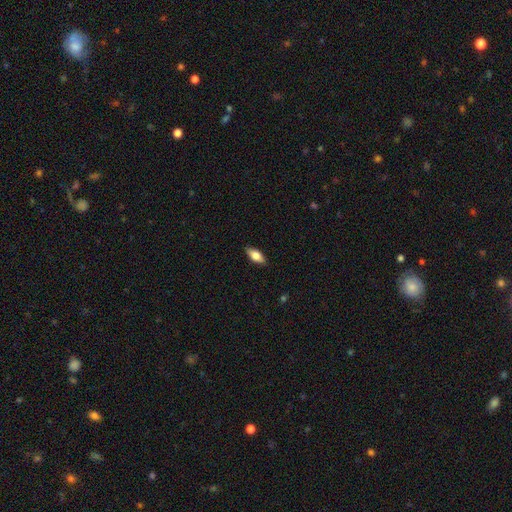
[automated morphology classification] type=smooth (71%); roundness=in between (82%); merging=none (88%).